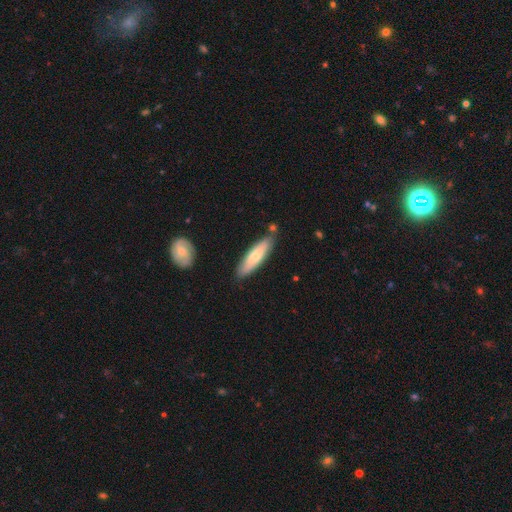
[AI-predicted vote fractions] This appears to be a smooth galaxy with no disk features (65%) that is cigar-shaped (68%). Merging: none (81%).